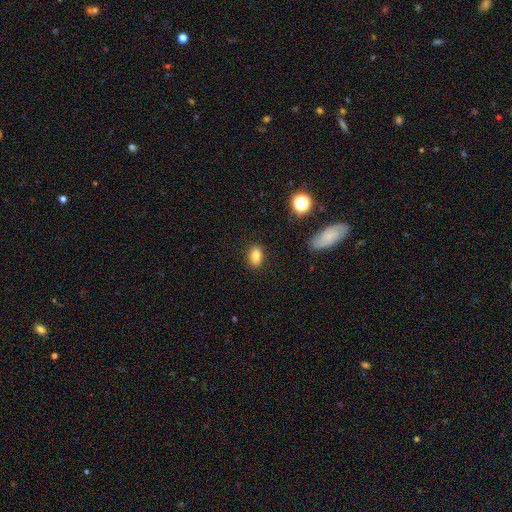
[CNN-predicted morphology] This is clearly a smooth galaxy (82%). How rounded: clearly in between (84%). Merging: clearly none (87%).